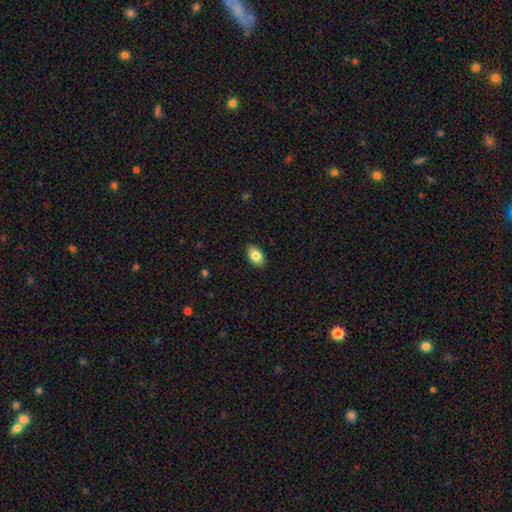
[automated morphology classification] Q: Smooth or featured?
A: smooth (84%); runner-up: featured or disk (9%)
Q: How rounded?
A: in between (89%); runner-up: round (10%)
Q: Merging?
A: none (88%); runner-up: minor disturbance (9%)